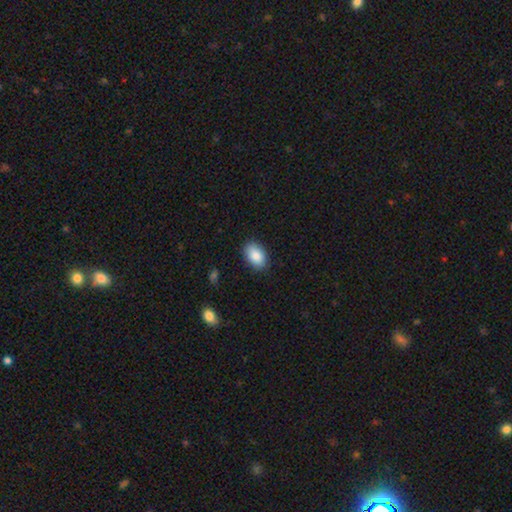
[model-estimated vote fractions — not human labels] A smooth galaxy with no disk features (88%) that is in between round and cigar-shaped (91%). Merging: none (87%).